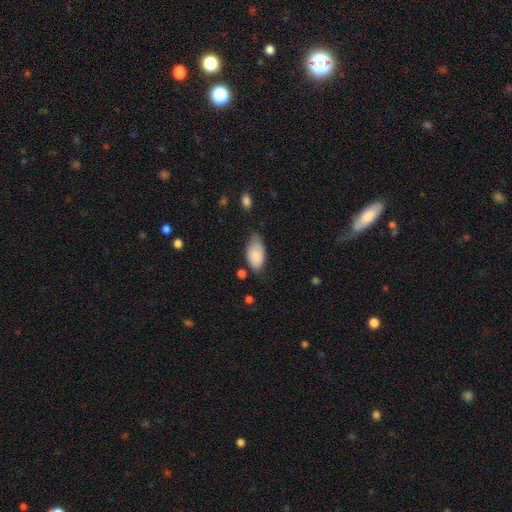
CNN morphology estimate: smooth-or-featured: smooth: 83% | featured or disk: 10% | star or artifact: 7%
  how-rounded: in between: 94% | round: 4% | cigar-shaped: 2%
  merging: none: 45% | minor disturbance: 41% | major disturbance: 10% | merger: 4%